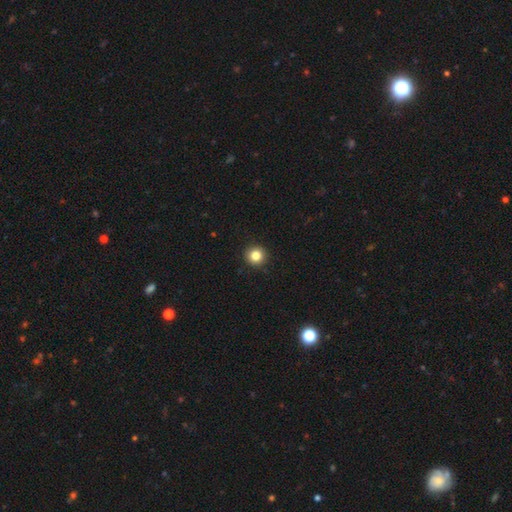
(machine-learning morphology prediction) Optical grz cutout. It shows a smooth galaxy with no disk features (83%) that is round (95%). Merging: none (94%).